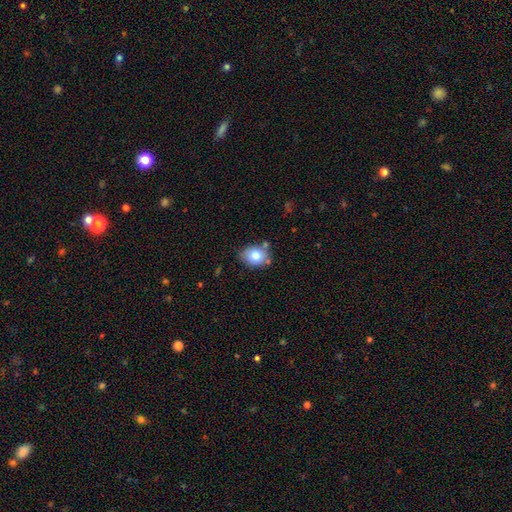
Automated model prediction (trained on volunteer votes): Smooth or featured: smooth — 78% (featured or disk — 13%)
How rounded: in between — 52% (round — 47%)
Merging: none — 69% (minor disturbance — 19%)